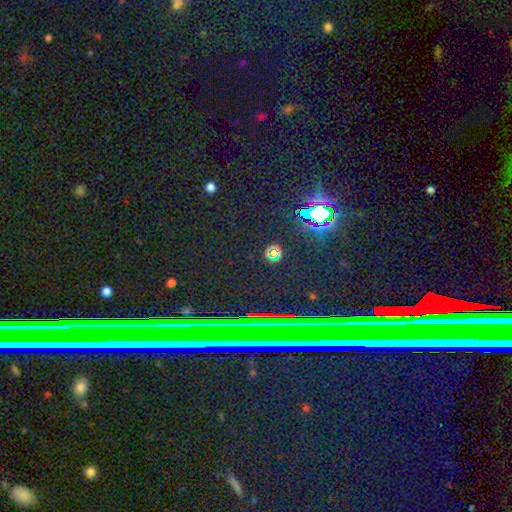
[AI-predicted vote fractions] Overall: star or artifact (80%).